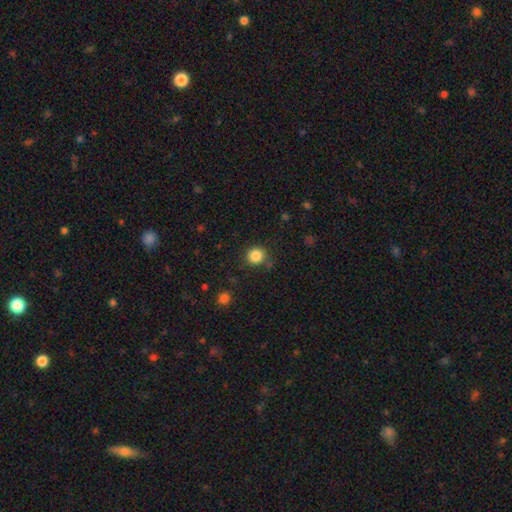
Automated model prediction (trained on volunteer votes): The model was most divided on "smooth or featured": smooth: 85%, star or artifact: 11%, featured or disk: 4%. More confident: how rounded — round (92%); merging — none (84%).